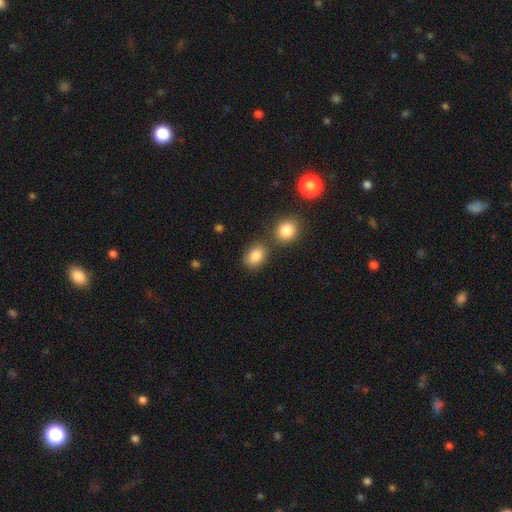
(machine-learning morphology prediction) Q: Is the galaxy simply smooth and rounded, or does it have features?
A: smooth — 85%.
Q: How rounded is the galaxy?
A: in between — 71%.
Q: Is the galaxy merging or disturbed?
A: none — 65%.